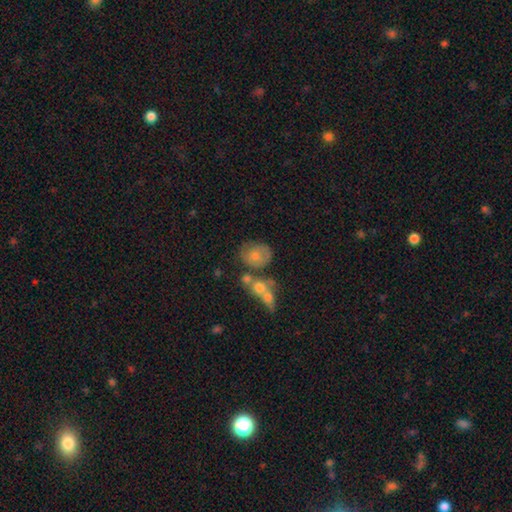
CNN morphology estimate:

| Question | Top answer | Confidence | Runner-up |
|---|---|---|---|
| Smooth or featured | smooth | 66% | featured or disk (25%) |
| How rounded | round | 53% | in between (45%) |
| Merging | none | 42% | merger (27%) |